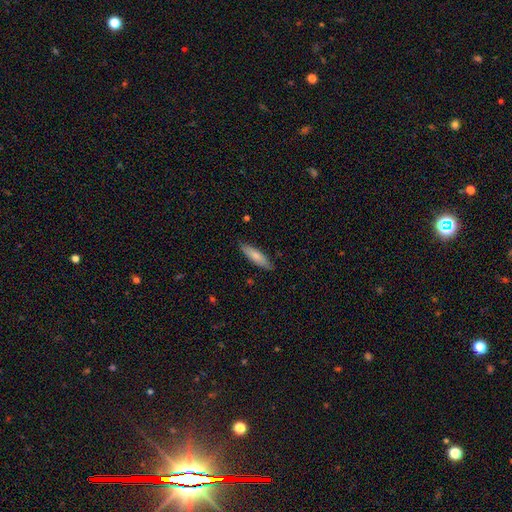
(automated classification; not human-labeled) Smooth or featured?
  - smooth: 76% *
  - featured or disk: 19%
  - star or artifact: 5%
How rounded?
  - cigar-shaped: 65% *
  - in between: 33%
  - round: 1%
Merging?
  - none: 84% *
  - minor disturbance: 13%
  - major disturbance: 2%
  - merger: 1%